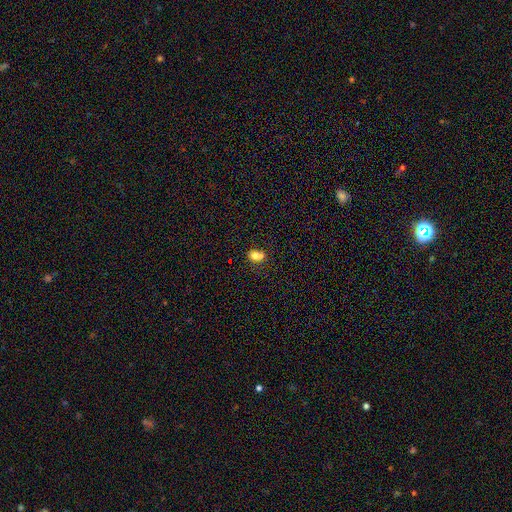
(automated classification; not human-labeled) This is likely a smooth galaxy (72%). How rounded: possibly round (59%). Merging: possibly merger (50%).